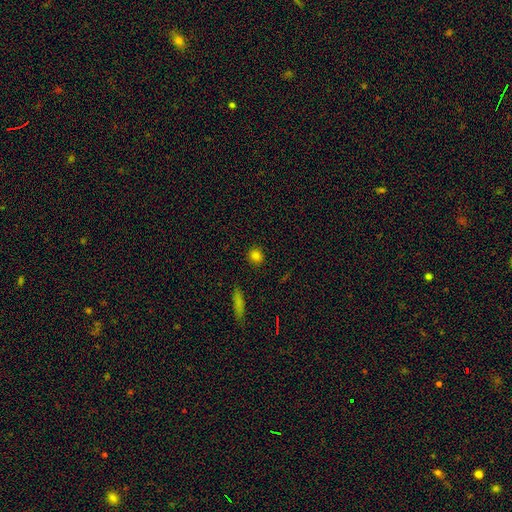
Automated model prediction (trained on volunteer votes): Smooth or featured: smooth — 81% (star or artifact — 12%)
How rounded: round — 84% (in between — 14%)
Merging: none — 90% (minor disturbance — 7%)